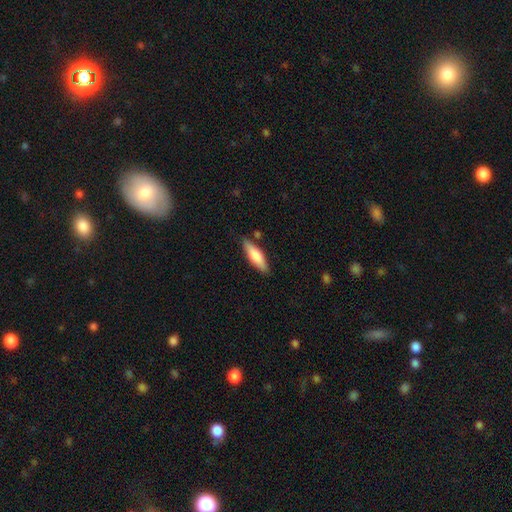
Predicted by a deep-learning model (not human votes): smooth-or-featured: smooth: 76% | featured or disk: 19% | star or artifact: 6%
  how-rounded: cigar-shaped: 54% | in between: 44% | round: 2%
  merging: none: 82% | minor disturbance: 12% | merger: 3% | major disturbance: 2%